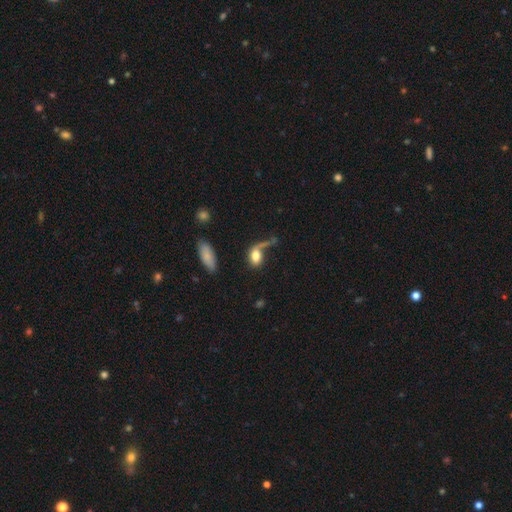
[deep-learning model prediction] Smooth or featured? smooth (70%)
How rounded? in between (73%)
Merging? none (32%)